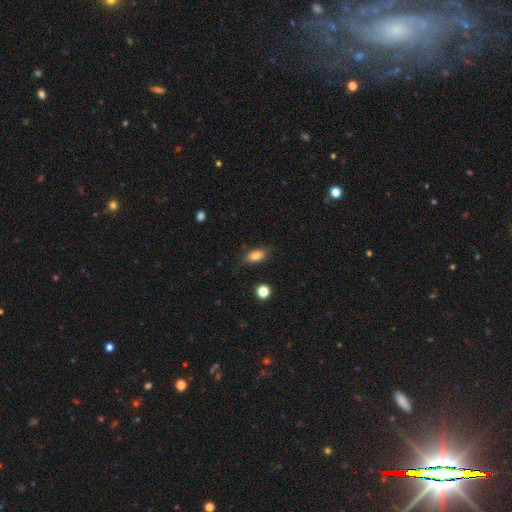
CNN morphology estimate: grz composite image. It shows a smooth galaxy with no disk features (83%) that is in between round and cigar-shaped (85%). Merging: none (80%).